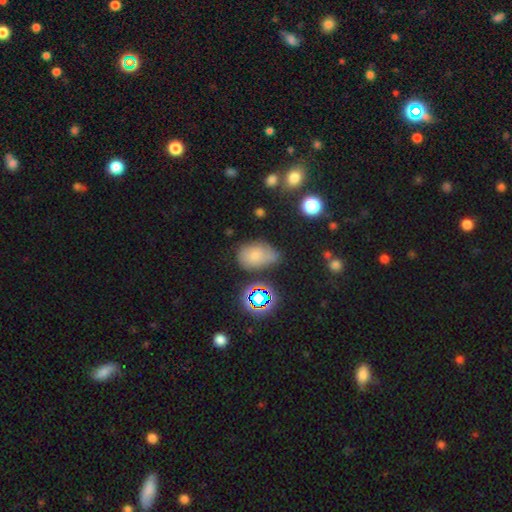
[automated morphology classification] This appears to be a smooth galaxy with no disk features (65%) that is in between round and cigar-shaped (82%). Merging: none (49%).